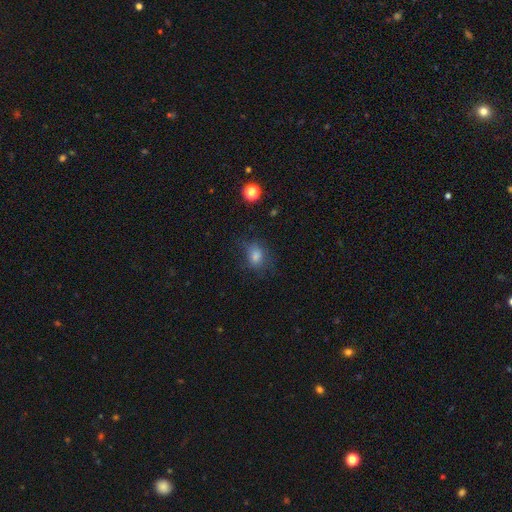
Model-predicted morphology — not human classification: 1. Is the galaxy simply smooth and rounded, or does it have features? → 72% smooth, 16% star or artifact, 12% featured or disk.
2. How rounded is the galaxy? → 50% in between, 49% round, 1% cigar-shaped.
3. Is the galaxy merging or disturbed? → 64% none, 22% minor disturbance, 12% major disturbance, 2% merger.